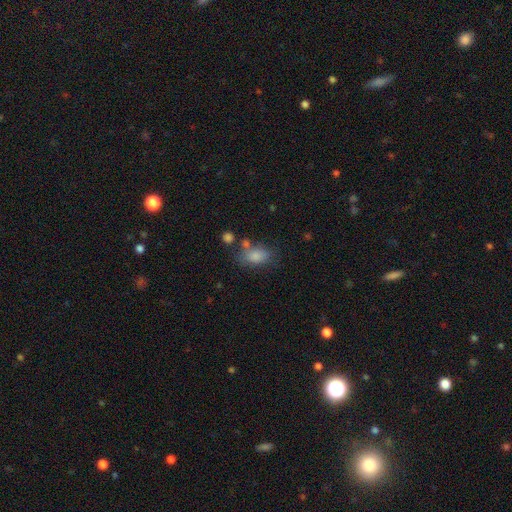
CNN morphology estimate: Smooth or featured: smooth — 81% (featured or disk — 9%)
How rounded: in between — 83% (round — 16%)
Merging: none — 53% (minor disturbance — 21%)